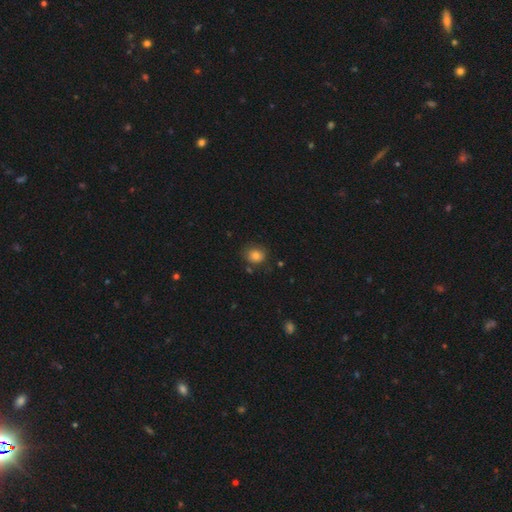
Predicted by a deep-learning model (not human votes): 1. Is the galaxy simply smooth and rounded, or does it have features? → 80% smooth, 11% star or artifact, 9% featured or disk.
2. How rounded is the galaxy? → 70% round, 29% in between, 1% cigar-shaped.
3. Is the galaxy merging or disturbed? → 77% none, 16% minor disturbance, 4% major disturbance, 4% merger.